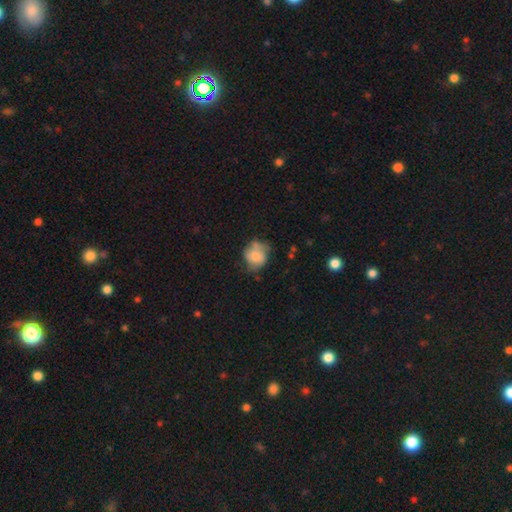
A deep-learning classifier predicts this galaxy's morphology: smooth-or-featured: smooth: 63% | featured or disk: 29% | star or artifact: 8%
  how-rounded: round: 69% | in between: 30% | cigar-shaped: 1%
  merging: none: 47% | minor disturbance: 31% | major disturbance: 15% | merger: 7%